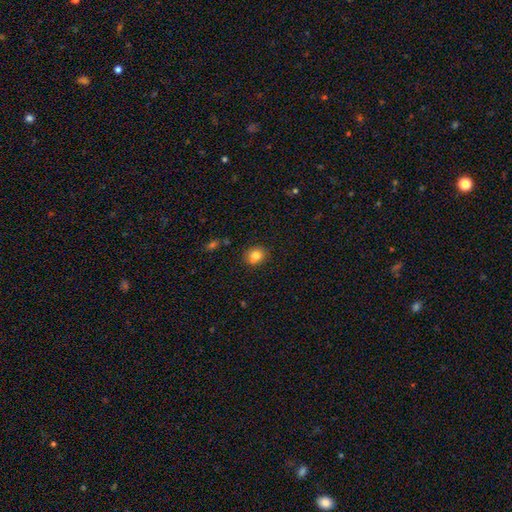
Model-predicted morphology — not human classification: Smooth or featured?
  - smooth: 81% *
  - star or artifact: 11%
  - featured or disk: 8%
How rounded?
  - round: 68% *
  - in between: 31%
  - cigar-shaped: 1%
Merging?
  - none: 81% *
  - minor disturbance: 12%
  - merger: 4%
  - major disturbance: 3%